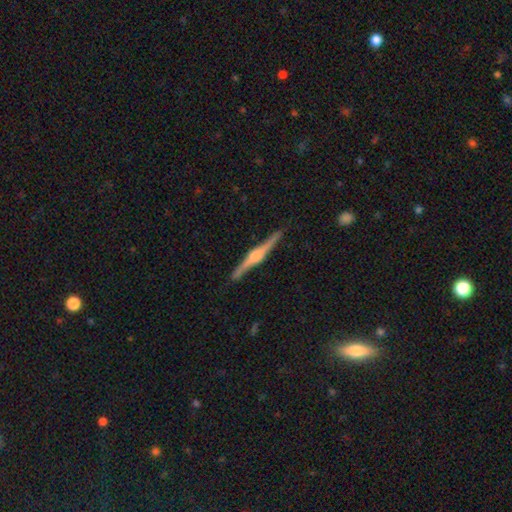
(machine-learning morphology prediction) This is clearly a featured or disk galaxy (81%). It is clearly viewed edge-on (98%). Edge-on bulge: likely rounded (71%). Merging: clearly none (89%).